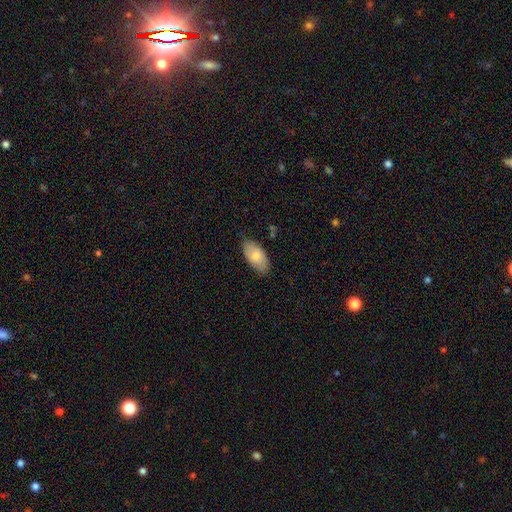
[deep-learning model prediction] Smooth or featured: smooth — 78% (featured or disk — 16%)
How rounded: in between — 94% (cigar-shaped — 4%)
Merging: none — 79% (minor disturbance — 17%)